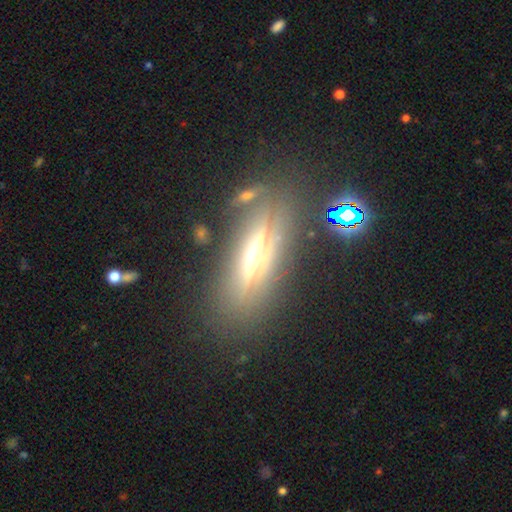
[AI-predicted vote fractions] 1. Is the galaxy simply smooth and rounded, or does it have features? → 66% featured or disk, 21% smooth, 13% star or artifact.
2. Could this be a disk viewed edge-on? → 86% yes, 14% no.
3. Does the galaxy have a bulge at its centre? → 78% rounded, 13% boxy, 9% none.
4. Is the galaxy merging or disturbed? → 77% none, 13% minor disturbance, 6% major disturbance, 4% merger.